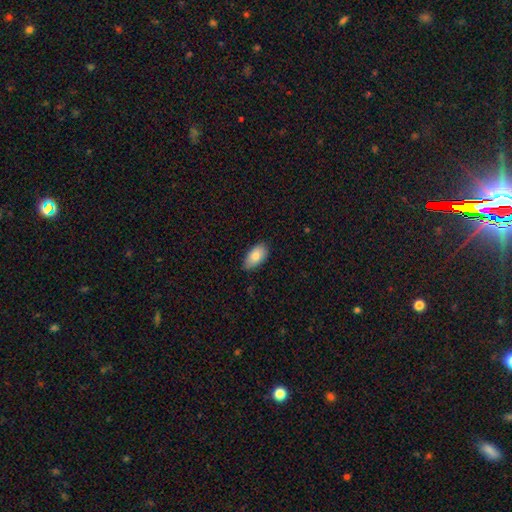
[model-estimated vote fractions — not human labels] smooth_or_featured: smooth (p=0.85) [alt: featured or disk p=0.09]
how_rounded: in between (p=0.94) [alt: round p=0.03]
merging: none (p=0.80) [alt: minor disturbance p=0.17]